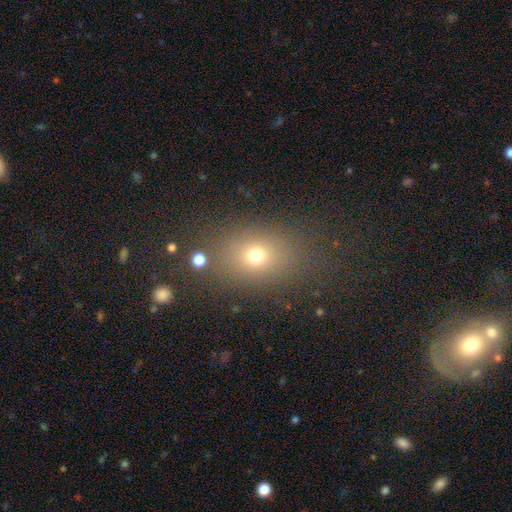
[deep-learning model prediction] Overall: smooth (68%). How rounded: in between (61%; round 37%). Merging: none (76%).